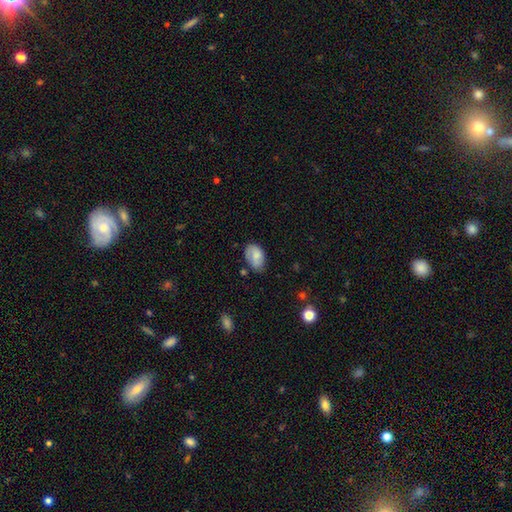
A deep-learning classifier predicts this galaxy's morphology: The model was most divided on "merging": none: 58%, minor disturbance: 31%, major disturbance: 7%, merger: 3%. More confident: how rounded — in between (89%); smooth or featured — smooth (76%).